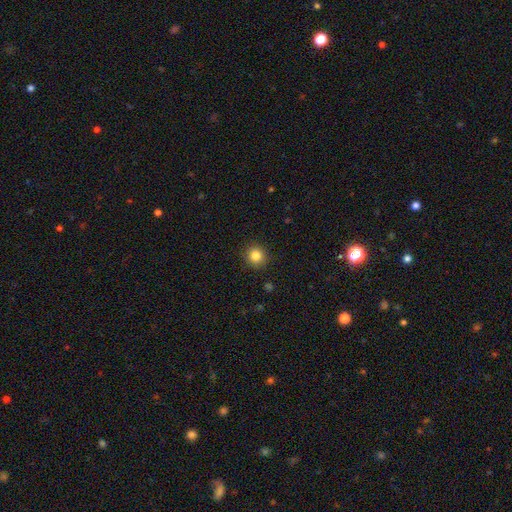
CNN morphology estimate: This appears to be a smooth galaxy with no disk features (84%) that is round (90%). Merging: none (91%).